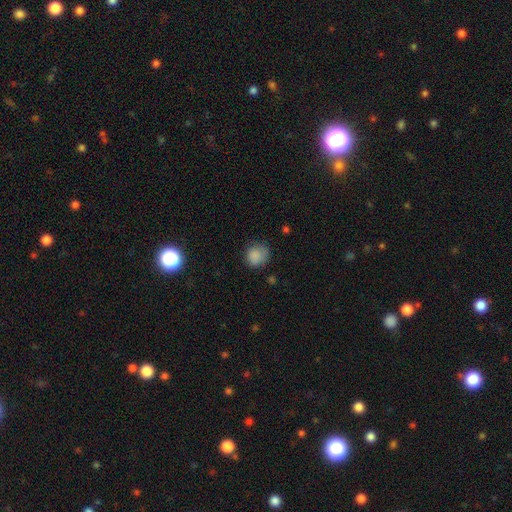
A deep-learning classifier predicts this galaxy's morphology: smooth-or-featured: smooth: 83% | star or artifact: 10% | featured or disk: 6%
  how-rounded: round: 82% | in between: 17% | cigar-shaped: 1%
  merging: none: 67% | minor disturbance: 24% | major disturbance: 7% | merger: 2%